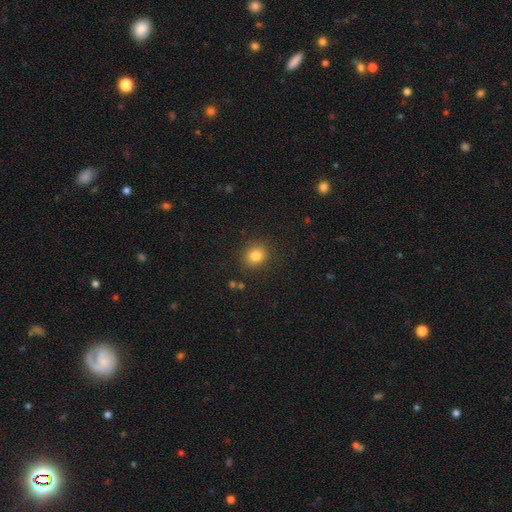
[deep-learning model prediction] Smooth or featured? Predicted: smooth (p=0.82). How rounded? Predicted: round (p=0.79). Merging? Predicted: none (p=0.88).